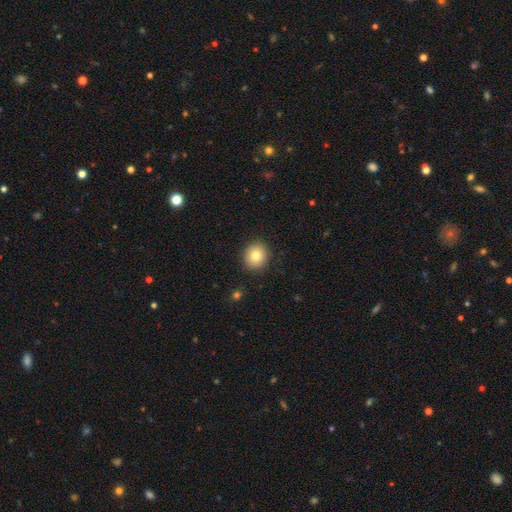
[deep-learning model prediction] This is clearly a smooth galaxy (81%). How rounded: clearly round (85%). Merging: clearly none (90%).